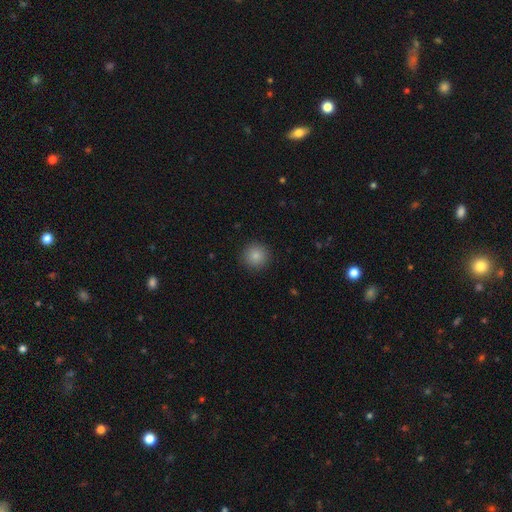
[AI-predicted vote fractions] The model was most divided on "smooth or featured": smooth: 85%, star or artifact: 10%, featured or disk: 5%. More confident: how rounded — round (95%); merging — none (91%).